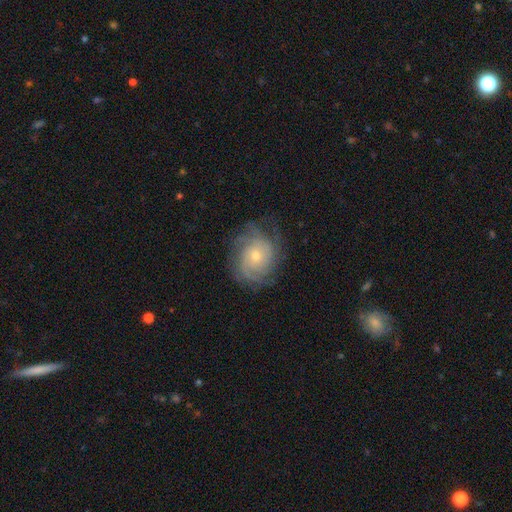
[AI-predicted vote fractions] Smooth or featured?
  - featured or disk: 77% *
  - smooth: 16%
  - star or artifact: 7%
Edge-on disk?
  - no: 97% *
  - yes: 3%
Bar?
  - no: 76% *
  - weak: 21%
  - strong: 3%
Spiral arms?
  - yes: 93% *
  - no: 7%
Spiral winding?
  - tight: 61% *
  - medium: 29%
  - loose: 9%
Spiral arm count?
  - can't tell: 38% *
  - 3: 21%
  - 2: 17%
  - 4: 12%
  - more than 4: 6%
  - 1: 6%
Bulge size?
  - small: 56% *
  - moderate: 39%
  - large: 2%
  - none: 1%
  - dominant: 1%
Merging?
  - none: 70% *
  - minor disturbance: 19%
  - major disturbance: 10%
  - merger: 1%